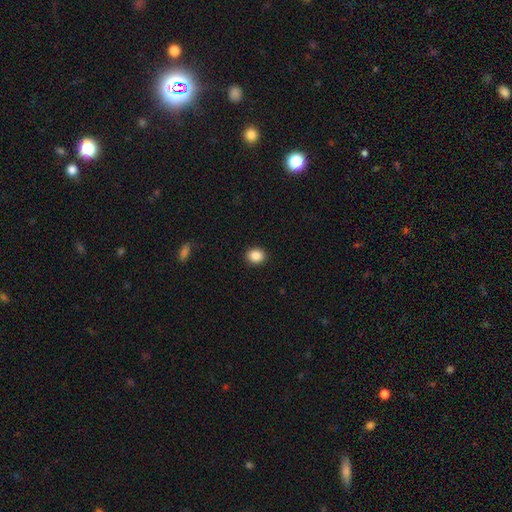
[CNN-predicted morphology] smooth 88%, star or artifact 9%, featured or disk 3%. Down the decision tree: how rounded — round (72%); merging — none (91%).